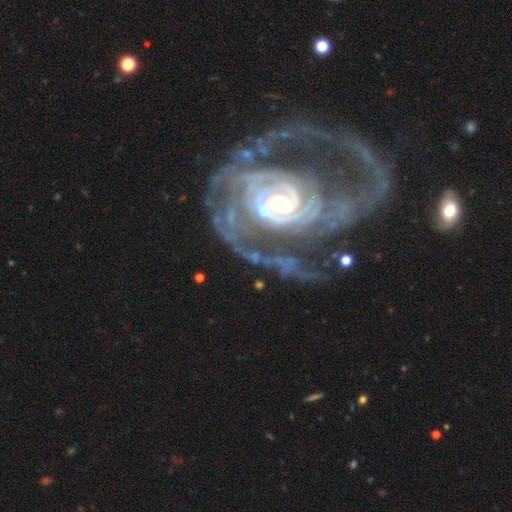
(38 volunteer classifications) Smooth or featured?
  - featured or disk: 95% *
  - smooth: 5%
  - star or artifact: 0%
Edge-on disk?
  - no: 97% *
  - yes: 3%
Bar?
  - weak: 51% *
  - no: 43%
  - strong: 6%
Spiral arms?
  - yes: 94% *
  - no: 6%
Spiral winding?
  - tight: 64% *
  - medium: 27%
  - loose: 9%
Spiral arm count?
  - 2: 33% *
  - 1: 24%
  - can't tell: 21%
  - 3: 15%
  - more than 4: 6%
  - 4: 0%
Bulge size?
  - small: 54% *
  - moderate: 40%
  - large: 3%
  - none: 3%
  - dominant: 0%
Merging?
  - major disturbance: 37% *
  - none: 34%
  - minor disturbance: 26%
  - merger: 3%